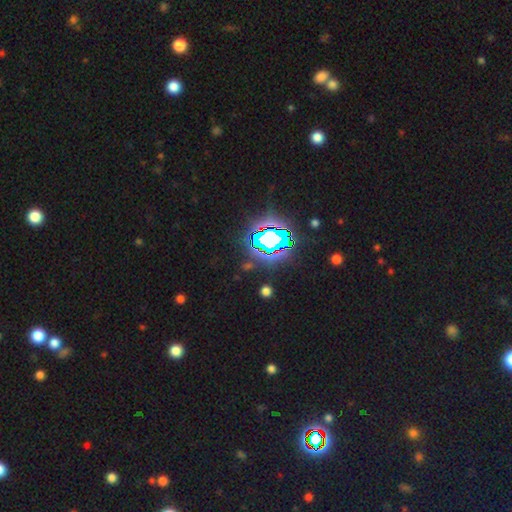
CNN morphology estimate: smooth_or_featured: star or artifact (p=0.85) [alt: smooth p=0.09]